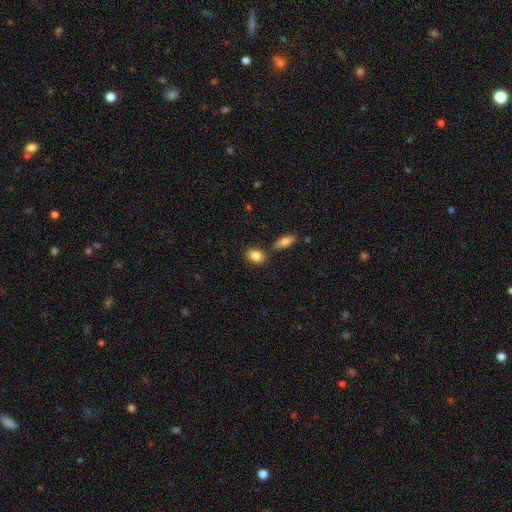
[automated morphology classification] This appears to be a smooth galaxy with no disk features (85%) that is in between round and cigar-shaped (75%). Merging: none (74%).